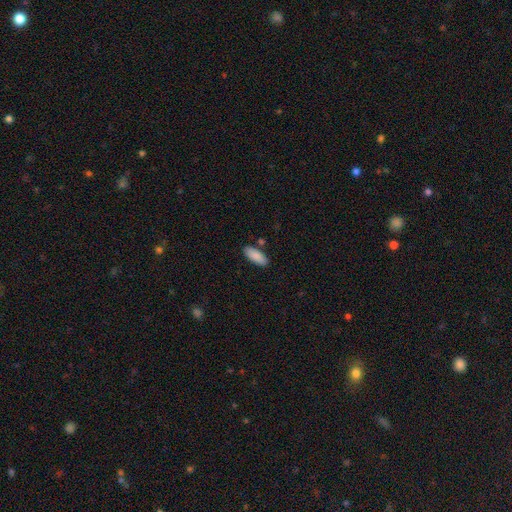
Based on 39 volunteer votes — Smooth or featured? 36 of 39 (92%) said smooth. How rounded? 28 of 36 (78%) said in between. Merging? 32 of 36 (89%) said none.